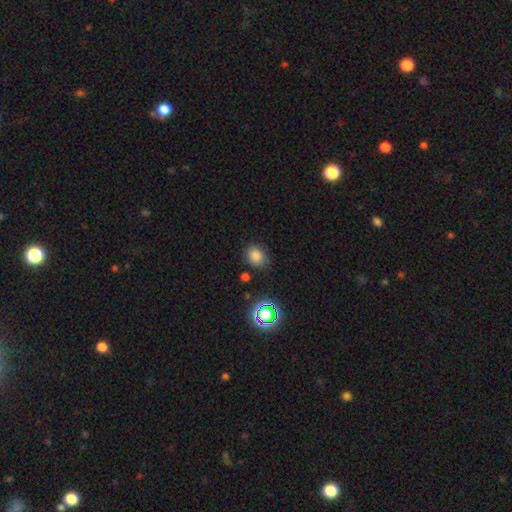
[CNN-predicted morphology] Q: Smooth or featured?
A: smooth (79%); runner-up: star or artifact (16%)
Q: How rounded?
A: round (56%); runner-up: in between (43%)
Q: Merging?
A: none (80%); runner-up: minor disturbance (14%)